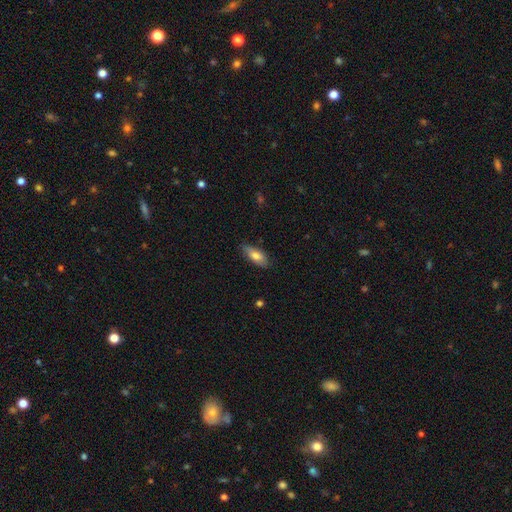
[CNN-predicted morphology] Overall: smooth (74%). How rounded: in between (78%). Merging: none (81%).